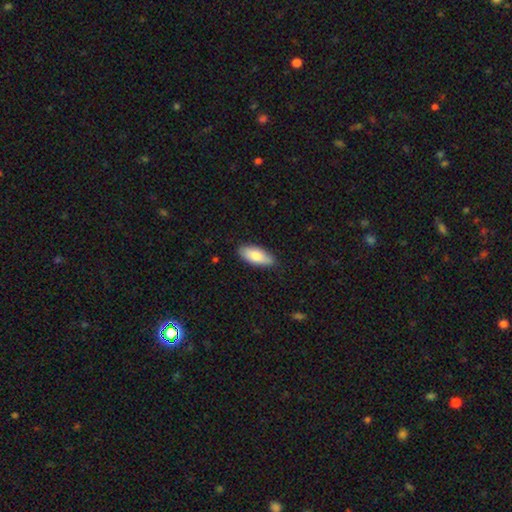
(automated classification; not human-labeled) smooth 82%, featured or disk 12%, star or artifact 6%. Down the decision tree: how rounded — in between (85%); merging — none (85%).